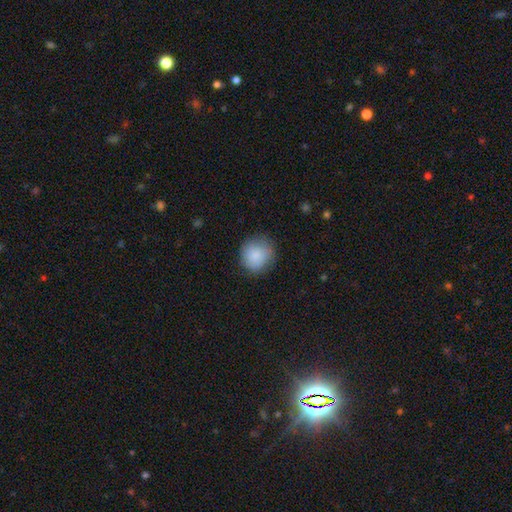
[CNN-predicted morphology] This is clearly a smooth galaxy (86%). How rounded: clearly round (90%). Merging: clearly none (82%).